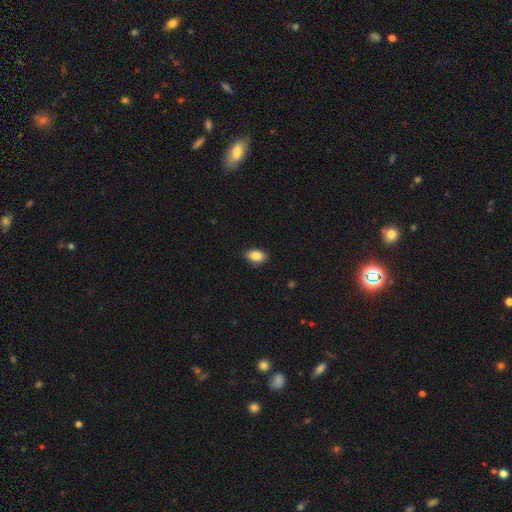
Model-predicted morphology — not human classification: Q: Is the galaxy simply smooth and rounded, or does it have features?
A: smooth — 87%.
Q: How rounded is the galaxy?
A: in between — 88%.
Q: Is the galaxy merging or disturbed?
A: none — 84%.